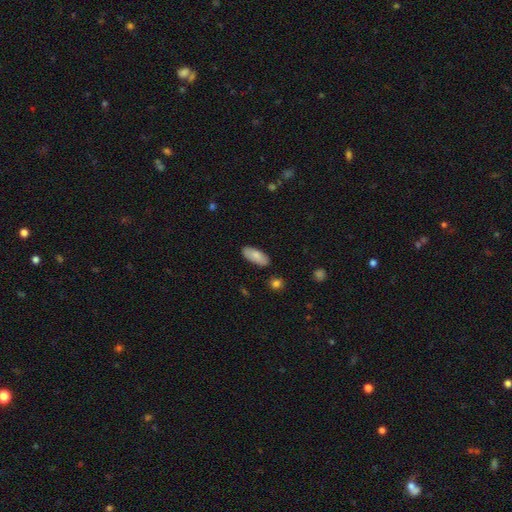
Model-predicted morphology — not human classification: This appears to be a smooth galaxy with no disk features (82%) that is in between round and cigar-shaped (83%). Merging: none (86%).